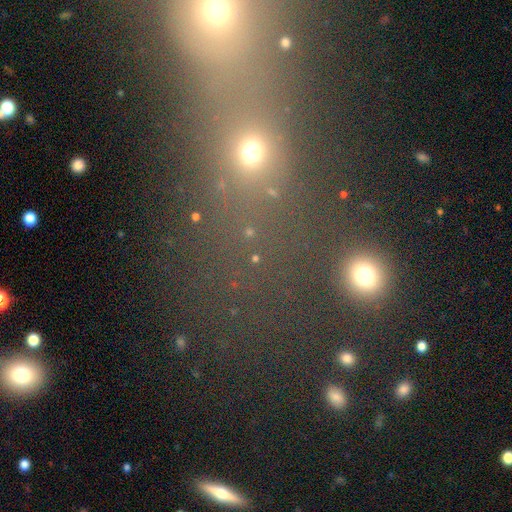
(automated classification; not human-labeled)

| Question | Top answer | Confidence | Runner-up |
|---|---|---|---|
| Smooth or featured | smooth | 54% | star or artifact (36%) |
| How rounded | round | 70% | in between (25%) |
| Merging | none | 69% | merger (15%) |